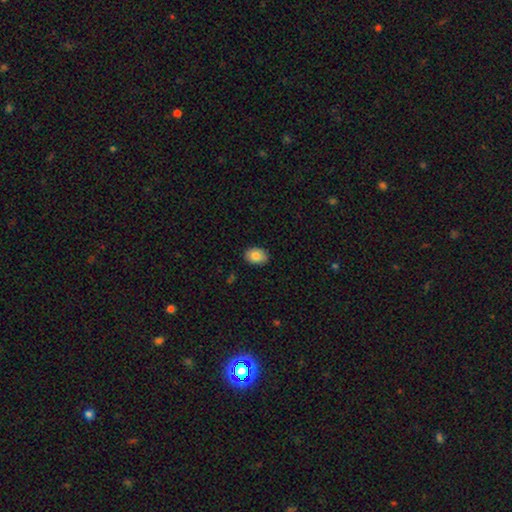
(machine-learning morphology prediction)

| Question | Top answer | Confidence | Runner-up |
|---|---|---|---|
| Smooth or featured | smooth | 84% | featured or disk (9%) |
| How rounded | in between | 72% | round (27%) |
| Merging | none | 88% | minor disturbance (9%) |